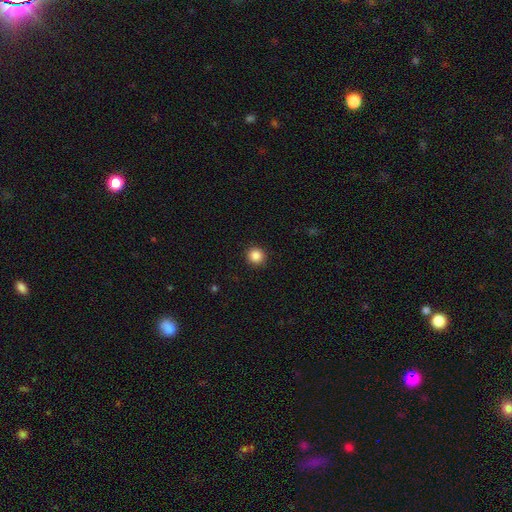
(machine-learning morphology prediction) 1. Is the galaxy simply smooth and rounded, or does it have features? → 87% smooth, 10% star or artifact, 3% featured or disk.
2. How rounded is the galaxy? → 95% round, 4% in between, 1% cigar-shaped.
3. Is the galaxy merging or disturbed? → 93% none, 5% minor disturbance, 2% major disturbance, 1% merger.